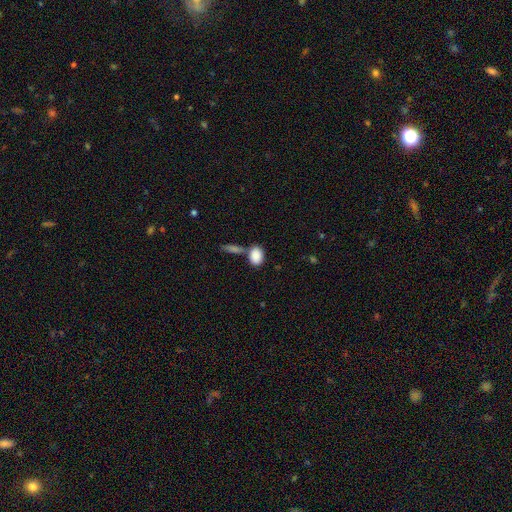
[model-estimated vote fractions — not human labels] A smooth galaxy with no disk features (88%) that is in between round and cigar-shaped (80%).

Vote fractions:
- Smooth or featured? smooth: 88% / star or artifact: 7% / featured or disk: 6%
- How rounded? in between: 80% / round: 17% / cigar-shaped: 2%
- Merging? none: 53% / merger: 31% / minor disturbance: 12% / major disturbance: 4%